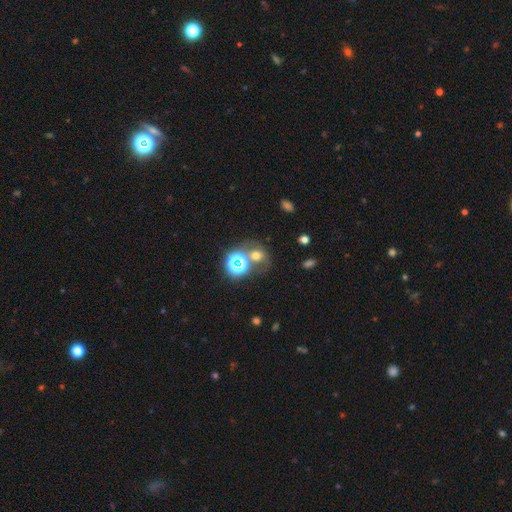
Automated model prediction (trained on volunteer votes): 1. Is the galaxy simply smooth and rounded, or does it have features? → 48% smooth, 34% star or artifact, 18% featured or disk.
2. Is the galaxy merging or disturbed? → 51% none, 24% merger, 14% minor disturbance, 10% major disturbance.